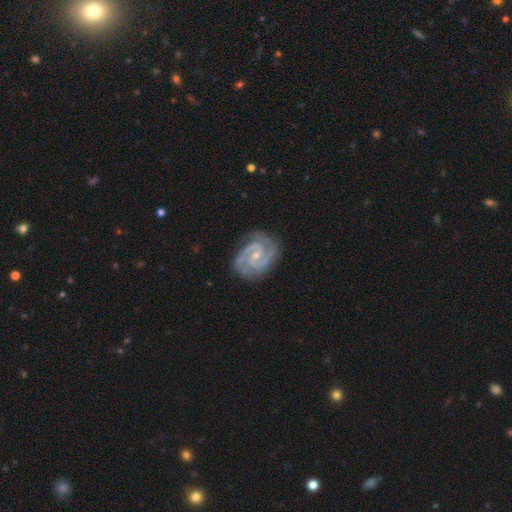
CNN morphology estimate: A featured or disk galaxy (92%) with no bar (50%), 2 (80%) tight (53%) spiral arms (98%) and a small central bulge (63%).

Vote fractions:
- Smooth or featured? featured or disk: 92% / smooth: 4% / star or artifact: 4%
- Edge-on disk? no: 98% / yes: 2%
- Bar? no: 50% / weak: 40% / strong: 10%
- Spiral arms? yes: 98% / no: 2%
- Spiral winding? tight: 53% / medium: 42% / loose: 5%
- Spiral arm count? 2: 80% / 3: 11% / can't tell: 3% / 4: 2% / 1: 2% / more than 4: 2%
- Bulge size? small: 63% / moderate: 34% / none: 2% / large: 1% / dominant: 1%
- Merging? none: 80% / minor disturbance: 15% / major disturbance: 4% / merger: 1%